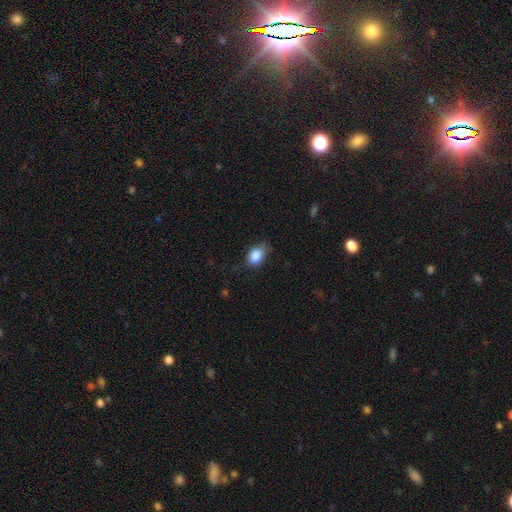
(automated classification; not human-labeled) The model was most divided on "merging": none: 59%, minor disturbance: 31%, major disturbance: 8%, merger: 1%. More confident: smooth or featured — smooth (85%); how rounded — in between (76%).